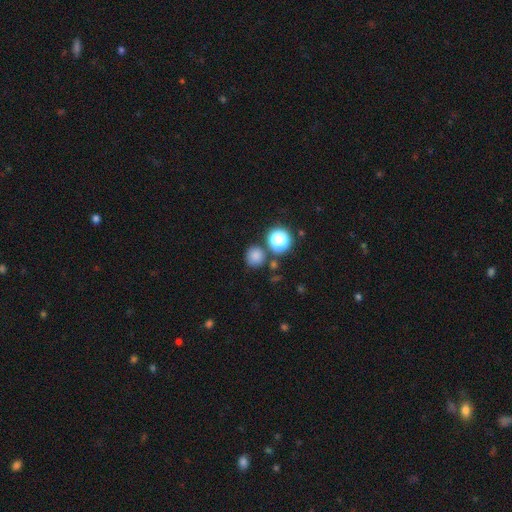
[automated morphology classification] Overall: smooth (78%). How rounded: round (91%). Merging: none (77%).